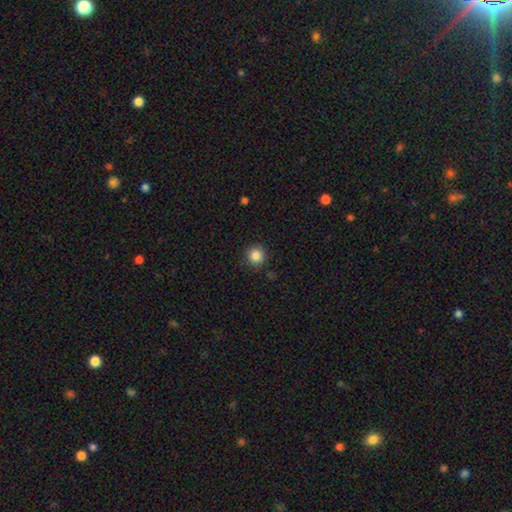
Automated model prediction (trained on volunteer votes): Smooth or featured? smooth (85%)
How rounded? round (94%)
Merging? none (90%)